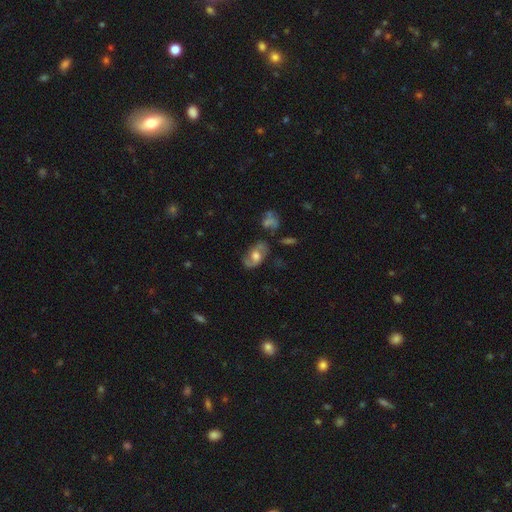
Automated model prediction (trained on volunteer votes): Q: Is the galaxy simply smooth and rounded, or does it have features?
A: featured or disk — 64%.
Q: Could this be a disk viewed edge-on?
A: no — 95%.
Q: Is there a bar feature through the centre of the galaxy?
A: no — 55%.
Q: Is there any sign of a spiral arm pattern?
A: yes — 83%.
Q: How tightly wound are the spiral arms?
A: loose — 43%.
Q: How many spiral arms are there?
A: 2 — 84%.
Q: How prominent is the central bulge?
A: moderate — 59%.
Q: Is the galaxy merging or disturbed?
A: none — 65%.